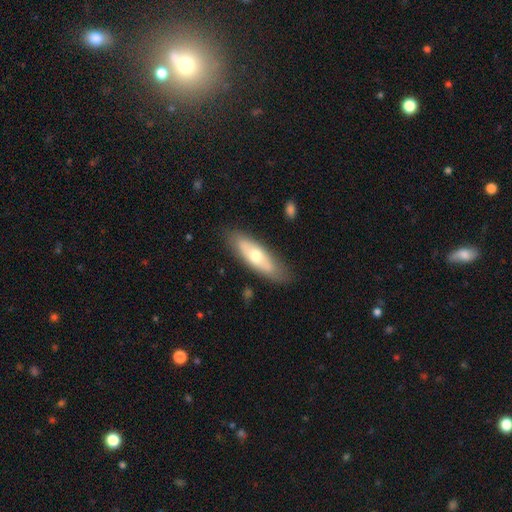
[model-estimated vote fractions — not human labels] smooth_or_featured: smooth (p=0.53) [alt: featured or disk p=0.42]
how_rounded: in between (p=0.55) [alt: cigar-shaped p=0.42]
merging: none (p=0.82) [alt: minor disturbance p=0.13]